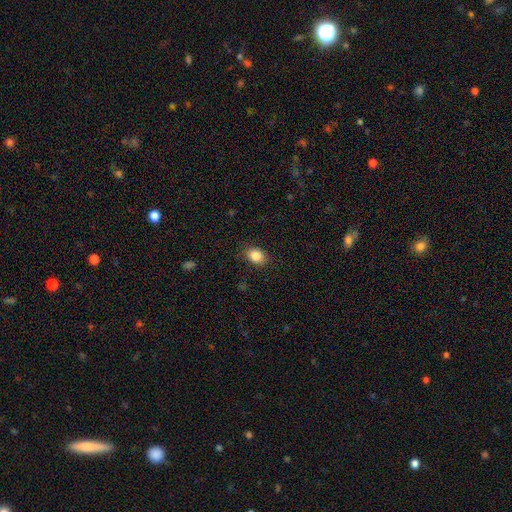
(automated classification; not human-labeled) smooth 86%, star or artifact 9%, featured or disk 5%. Down the decision tree: how rounded — in between (73%); merging — none (86%).